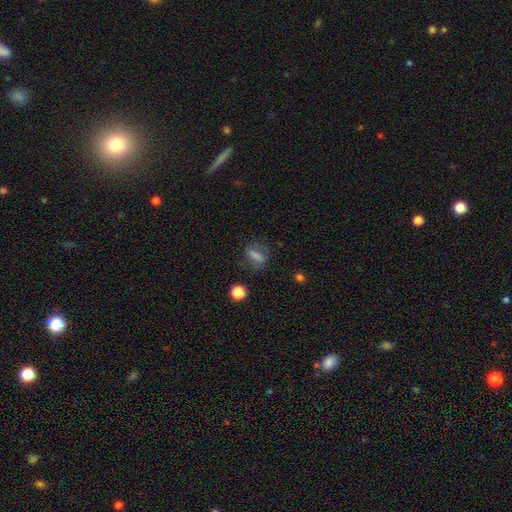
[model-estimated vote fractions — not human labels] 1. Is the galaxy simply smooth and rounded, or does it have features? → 55% smooth, 29% featured or disk, 16% star or artifact.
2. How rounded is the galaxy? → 43% in between, 38% cigar-shaped, 19% round.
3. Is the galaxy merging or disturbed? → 77% none, 14% minor disturbance, 7% major disturbance, 2% merger.